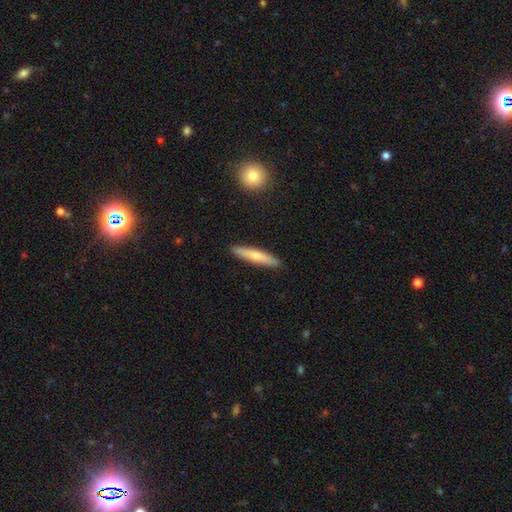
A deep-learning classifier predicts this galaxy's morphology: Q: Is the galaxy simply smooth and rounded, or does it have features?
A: smooth — 59%.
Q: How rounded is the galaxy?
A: cigar-shaped — 88%.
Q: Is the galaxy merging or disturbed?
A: none — 90%.